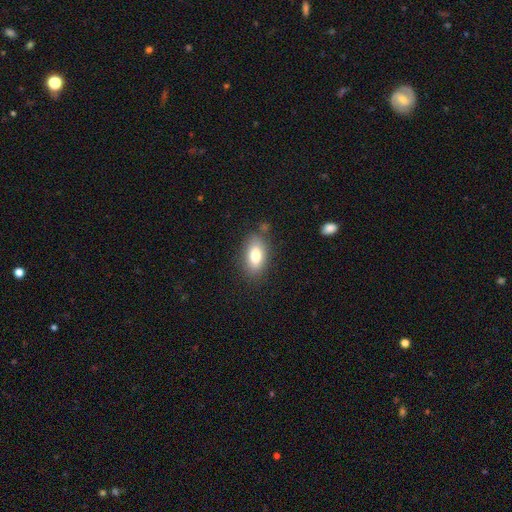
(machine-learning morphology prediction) Smooth or featured? Predicted: smooth (p=0.79). How rounded? Predicted: in between (p=0.89). Merging? Predicted: none (p=0.79).